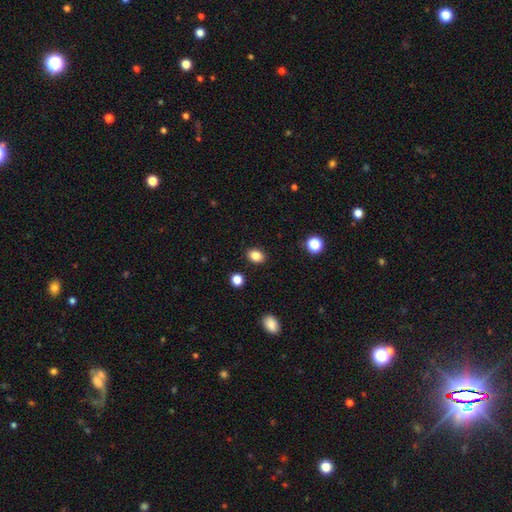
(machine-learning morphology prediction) smooth-or-featured: smooth: 84% | star or artifact: 11% | featured or disk: 5%
  how-rounded: in between: 61% | round: 38% | cigar-shaped: 1%
  merging: none: 88% | minor disturbance: 8% | major disturbance: 2% | merger: 2%